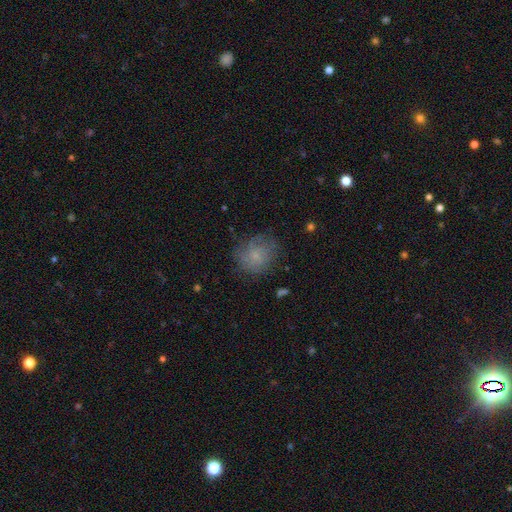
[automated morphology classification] Smooth or featured: smooth — 60% (featured or disk — 28%)
How rounded: round — 76% (in between — 23%)
Merging: none — 68% (minor disturbance — 21%)